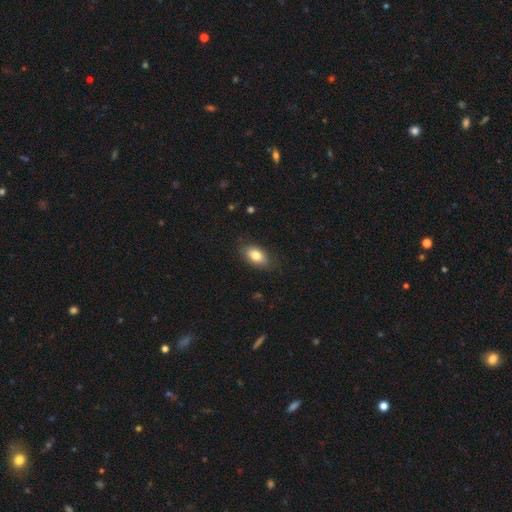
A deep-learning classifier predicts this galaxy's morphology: smooth_or_featured: smooth (p=0.79) [alt: featured or disk p=0.14]
how_rounded: in between (p=0.89) [alt: round p=0.08]
merging: none (p=0.81) [alt: minor disturbance p=0.15]